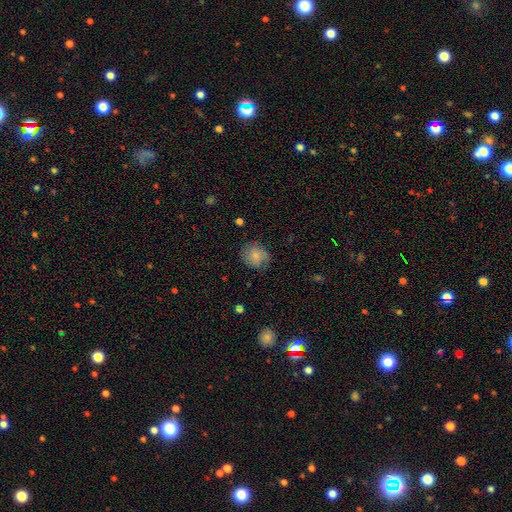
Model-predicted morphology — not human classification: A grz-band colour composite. It shows a smooth galaxy with no disk features (77%) that is round (74%). Merging: none (75%).